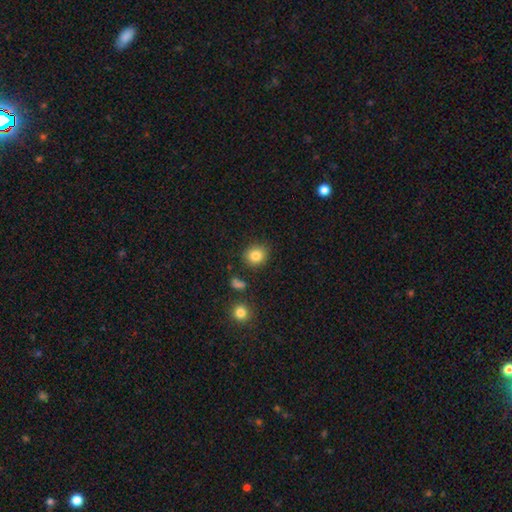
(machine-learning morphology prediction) The model was most divided on "how rounded": round: 82%, in between: 17%, cigar-shaped: 1%. More confident: merging — none (85%); smooth or featured — smooth (85%).